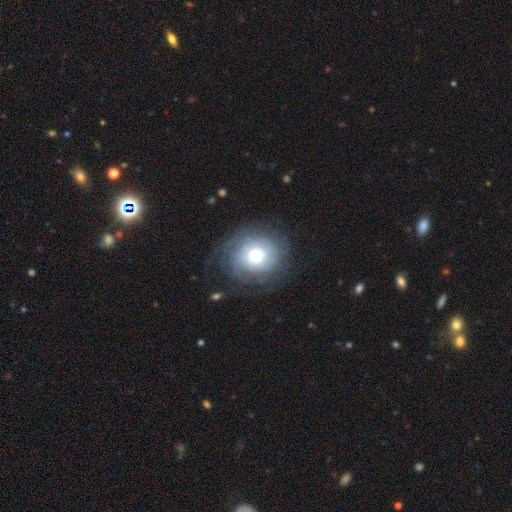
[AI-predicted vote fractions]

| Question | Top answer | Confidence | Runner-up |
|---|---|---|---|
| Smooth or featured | featured or disk | 63% | smooth (28%) |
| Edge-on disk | no | 97% | yes (3%) |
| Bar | no | 81% | weak (15%) |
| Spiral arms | yes | 83% | no (17%) |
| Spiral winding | tight | 65% | medium (24%) |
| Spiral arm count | can't tell | 47% | 3 (15%) |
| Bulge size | moderate | 68% | large (20%) |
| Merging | none | 75% | minor disturbance (14%) |